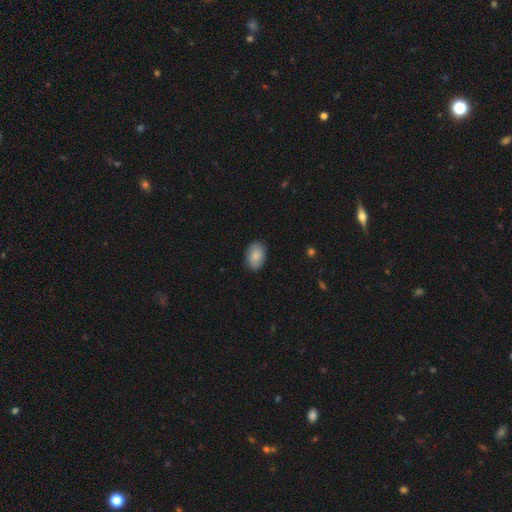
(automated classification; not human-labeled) Smooth or featured?
  - smooth: 85% *
  - featured or disk: 8%
  - star or artifact: 7%
How rounded?
  - in between: 87% *
  - round: 11%
  - cigar-shaped: 1%
Merging?
  - none: 88% *
  - minor disturbance: 9%
  - major disturbance: 2%
  - merger: 1%